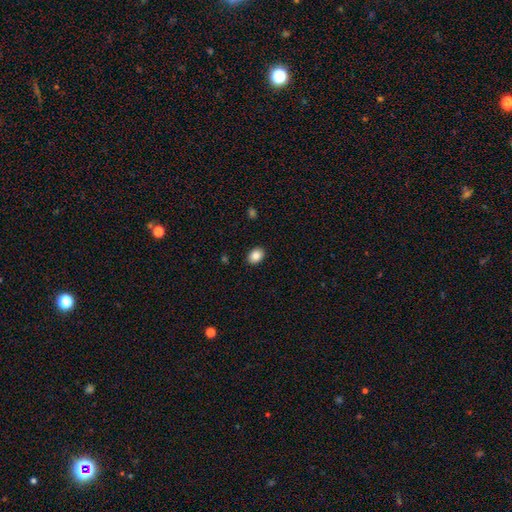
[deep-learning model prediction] Smooth or featured? Predicted: smooth (p=0.86). How rounded? Predicted: in between (p=0.70). Merging? Predicted: none (p=0.90).